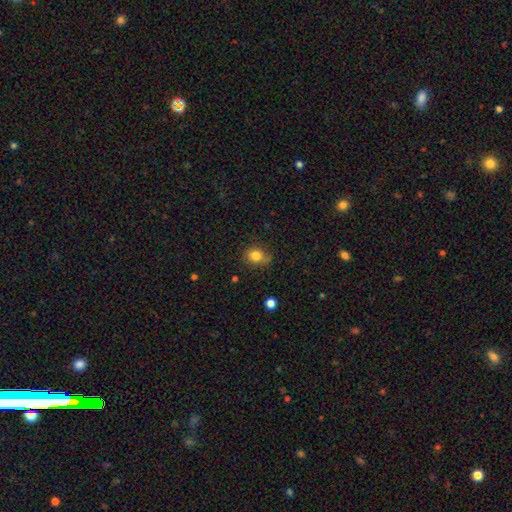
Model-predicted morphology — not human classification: Smooth or featured: smooth — 80% (star or artifact — 11%)
How rounded: round — 72% (in between — 27%)
Merging: none — 68% (minor disturbance — 23%)